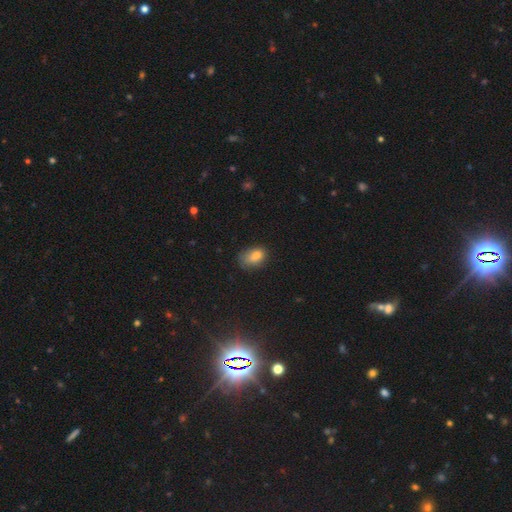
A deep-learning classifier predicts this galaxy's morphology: Smooth or featured? Predicted: smooth (p=0.80). How rounded? Predicted: in between (p=0.82). Merging? Predicted: none (p=0.52).